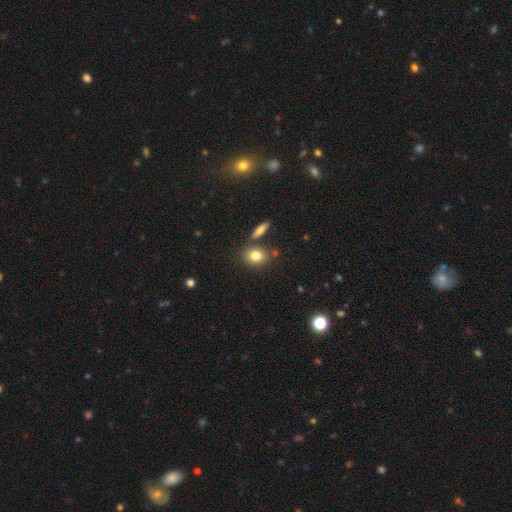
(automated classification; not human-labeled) The model was most divided on "how rounded": round: 53%, in between: 44%, cigar-shaped: 2%. More confident: smooth or featured — smooth (81%); merging — none (72%).